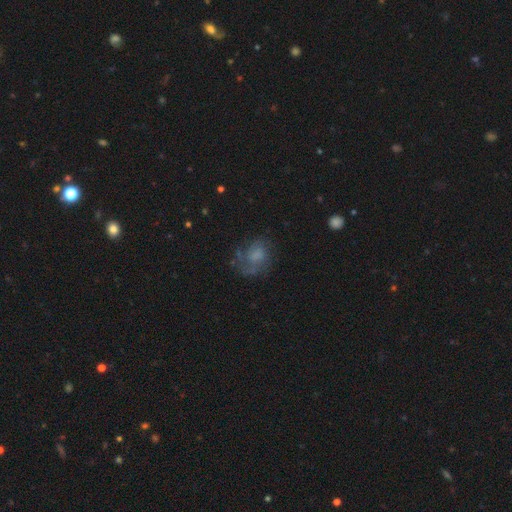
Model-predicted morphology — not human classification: This appears to be a featured or disk galaxy (46%). Merging: none (49%).